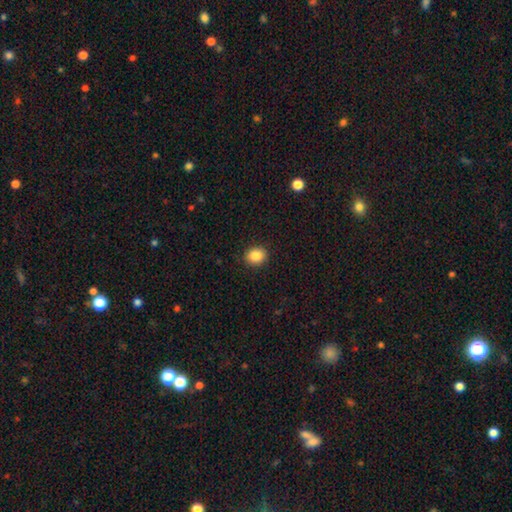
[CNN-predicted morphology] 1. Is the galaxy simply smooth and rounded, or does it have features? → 86% smooth, 9% star or artifact, 4% featured or disk.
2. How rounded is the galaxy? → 62% round, 37% in between, 1% cigar-shaped.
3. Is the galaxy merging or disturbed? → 90% none, 7% minor disturbance, 2% major disturbance, 1% merger.